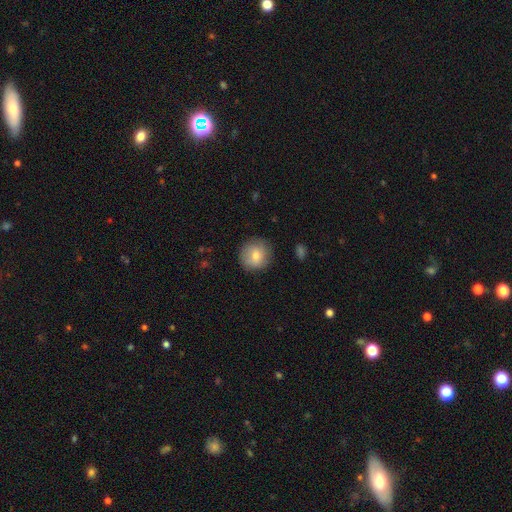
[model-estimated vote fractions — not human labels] Smooth or featured? smooth (75%)
How rounded? round (90%)
Merging? none (85%)